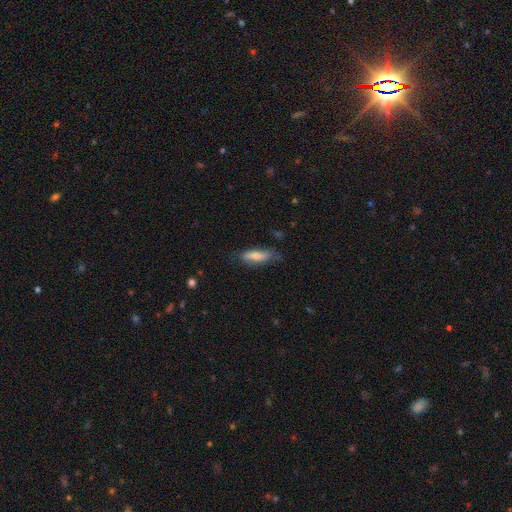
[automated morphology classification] Overall: smooth (58%; featured or disk 34%). How rounded: cigar-shaped (57%; in between 41%). Merging: none (67%).